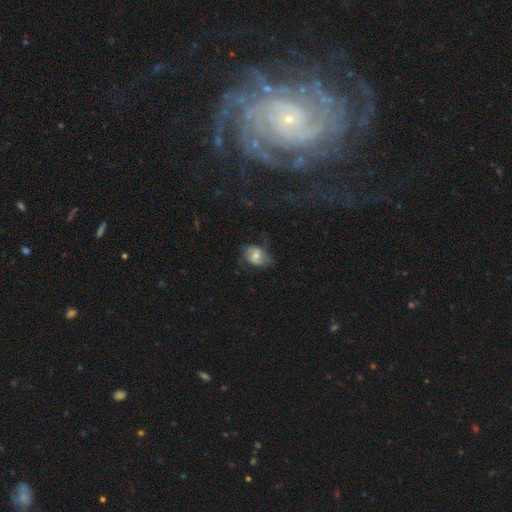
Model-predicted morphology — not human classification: A featured or disk galaxy (47%).

Vote fractions:
- Smooth or featured? featured or disk: 47% / smooth: 44% / star or artifact: 9%
- Merging? none: 52% / minor disturbance: 30% / major disturbance: 16% / merger: 2%